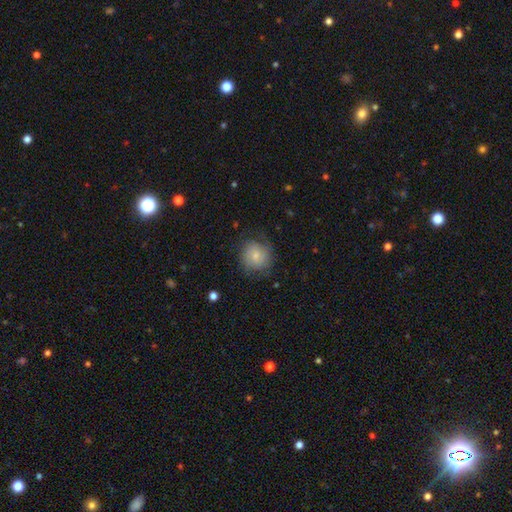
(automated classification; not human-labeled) Overall: smooth (70%). How rounded: round (88%). Merging: none (69%).